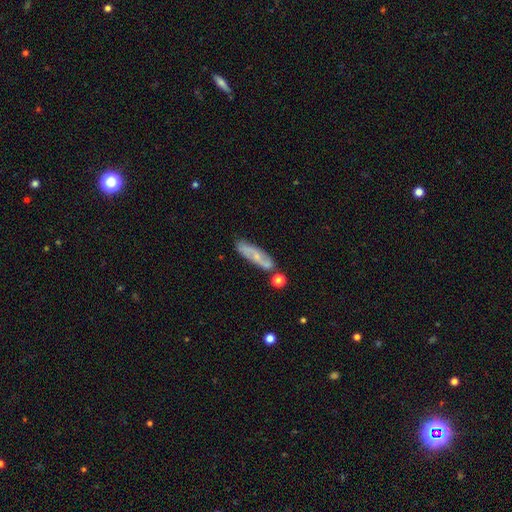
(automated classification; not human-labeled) Smooth or featured? featured or disk (52%)
Edge-on disk? no (70%)
Merging? none (74%)